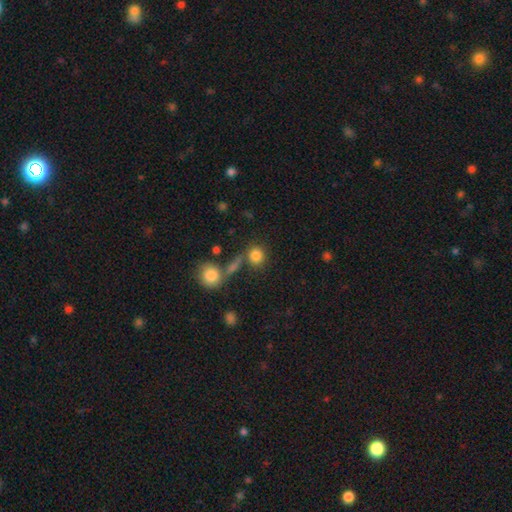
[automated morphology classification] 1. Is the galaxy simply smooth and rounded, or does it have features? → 83% smooth, 11% star or artifact, 6% featured or disk.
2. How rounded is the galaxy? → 85% round, 13% in between, 2% cigar-shaped.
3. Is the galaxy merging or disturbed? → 71% none, 14% merger, 10% minor disturbance, 5% major disturbance.